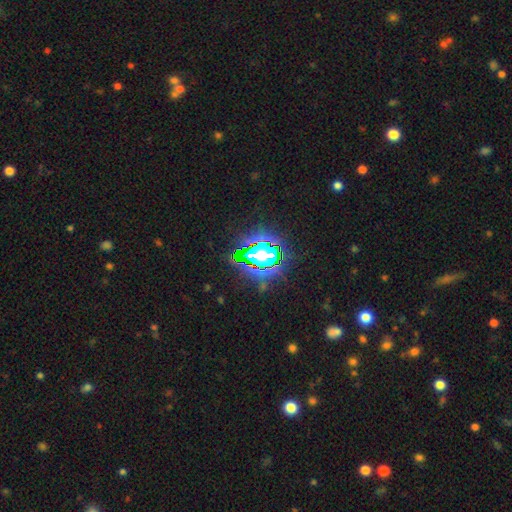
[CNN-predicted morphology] Q: Smooth or featured?
A: star or artifact (76%); runner-up: smooth (14%)